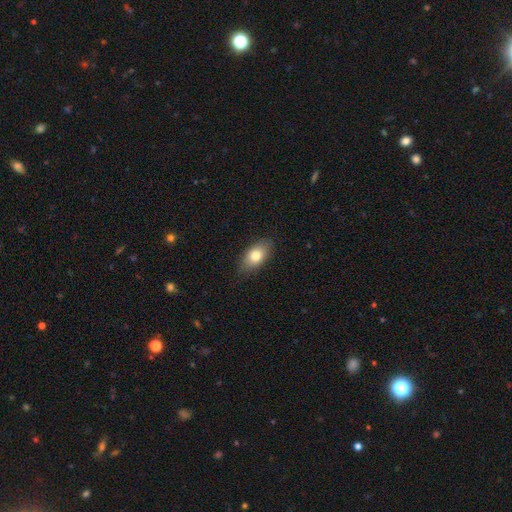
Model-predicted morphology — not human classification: Overall: smooth (78%). How rounded: in between (89%). Merging: none (84%).